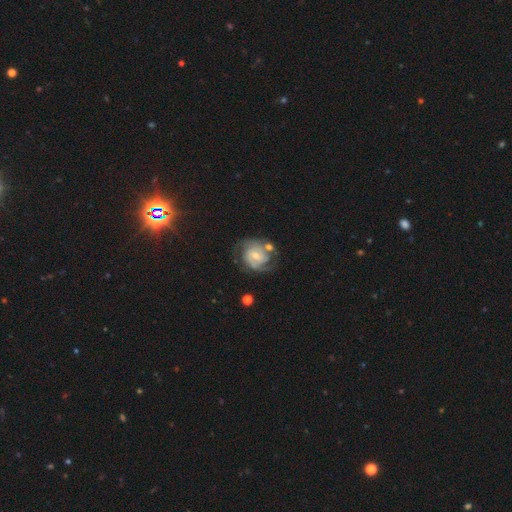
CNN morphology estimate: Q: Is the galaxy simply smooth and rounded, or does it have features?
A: featured or disk — 81%.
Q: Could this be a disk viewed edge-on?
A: no — 98%.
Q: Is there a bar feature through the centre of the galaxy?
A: weak — 45%.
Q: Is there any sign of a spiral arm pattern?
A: yes — 94%.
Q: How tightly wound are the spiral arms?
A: tight — 52%.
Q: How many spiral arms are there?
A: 2 — 56%.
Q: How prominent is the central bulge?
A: small — 55%.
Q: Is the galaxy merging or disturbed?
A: none — 60%.